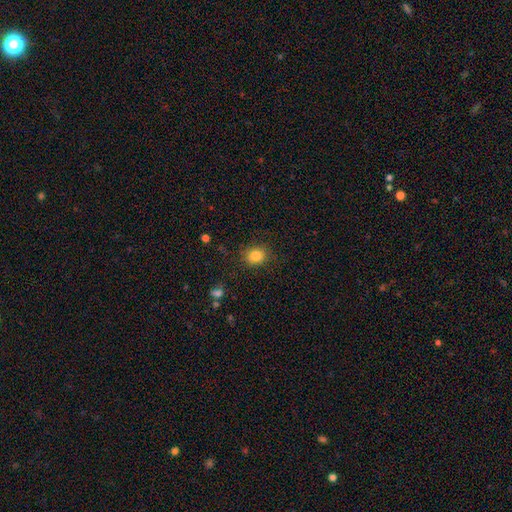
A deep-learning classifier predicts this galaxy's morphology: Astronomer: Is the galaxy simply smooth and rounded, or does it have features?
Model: smooth — 84%.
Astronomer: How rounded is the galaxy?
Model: round — 65%.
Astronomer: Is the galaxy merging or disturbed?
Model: none — 84%.